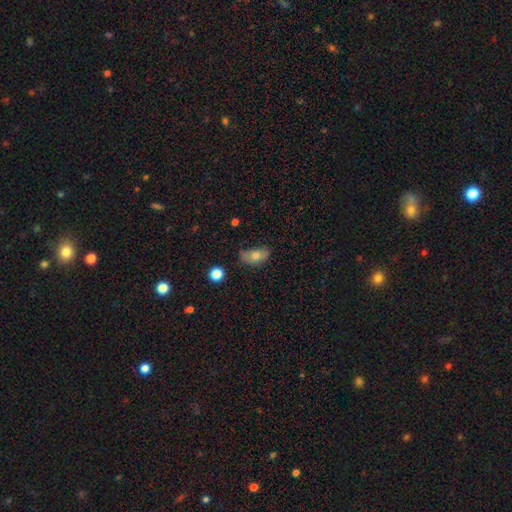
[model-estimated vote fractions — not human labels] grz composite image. It shows a smooth galaxy with no disk features (69%) that is in between round and cigar-shaped (87%). Merging: none (53%).